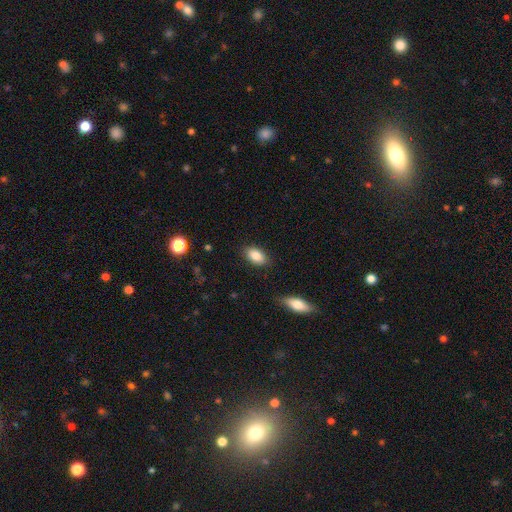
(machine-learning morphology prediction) Overall: smooth (85%). How rounded: in between (90%). Merging: none (86%).